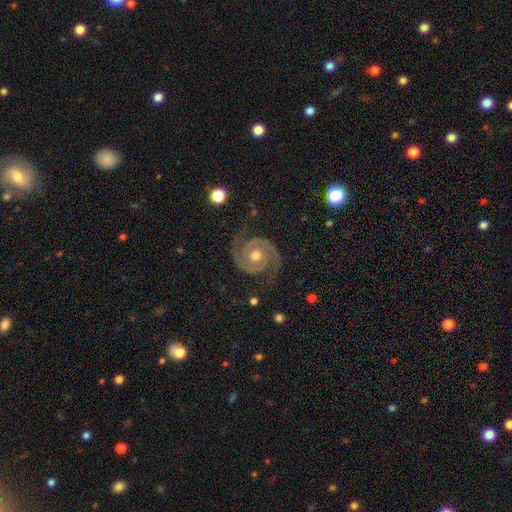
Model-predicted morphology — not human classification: smooth_or_featured: featured or disk (p=0.93) [alt: star or artifact p=0.04]
disk_edge_on: no (p=0.98) [alt: yes p=0.02]
bar: no (p=0.75) [alt: weak p=0.18]
has_spiral_arms: yes (p=0.98) [alt: no p=0.02]
spiral_winding: tight (p=0.48) [alt: medium p=0.43]
spiral_arm_count: 2 (p=0.94) [alt: can't tell p=0.01]
bulge_size: moderate (p=0.79) [alt: small p=0.15]
merging: none (p=0.83) [alt: minor disturbance p=0.12]